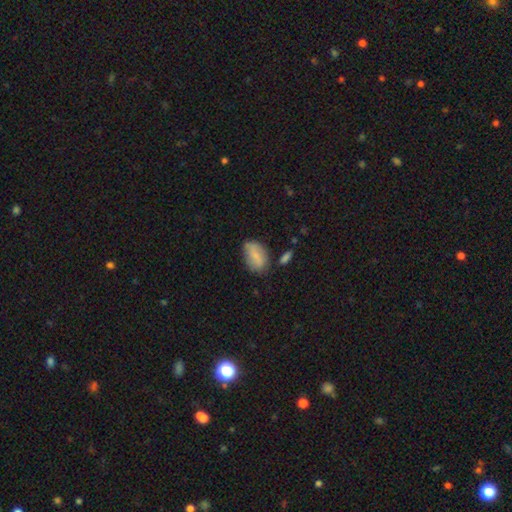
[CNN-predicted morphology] smooth 77%, featured or disk 16%, star or artifact 7%. Down the decision tree: how rounded — in between (90%); merging — none (68%).